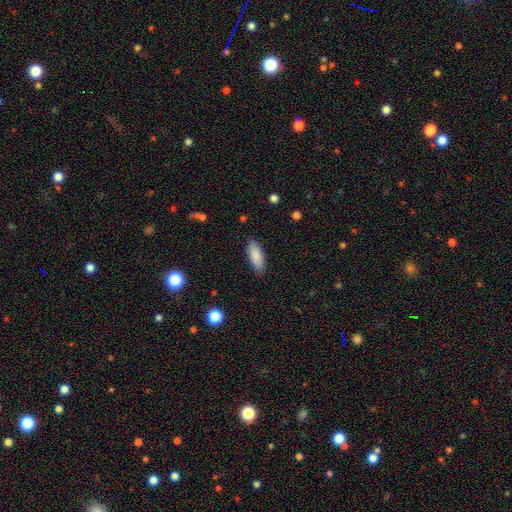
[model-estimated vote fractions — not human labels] smooth 88%, star or artifact 6%, featured or disk 5%. Down the decision tree: how rounded — in between (69%); merging — none (87%).